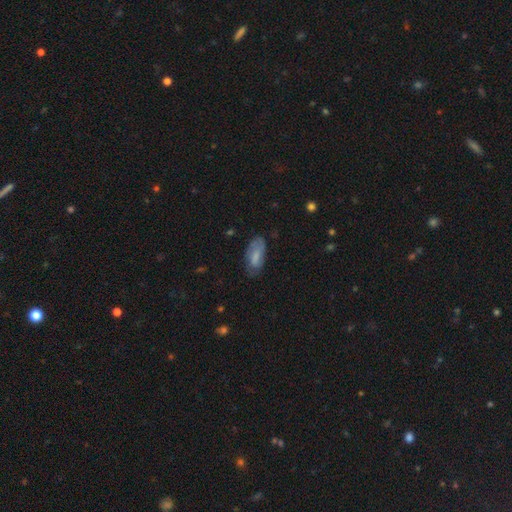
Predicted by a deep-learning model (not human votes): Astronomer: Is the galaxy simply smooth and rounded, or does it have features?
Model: smooth — 67%.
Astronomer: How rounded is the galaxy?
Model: in between — 88%.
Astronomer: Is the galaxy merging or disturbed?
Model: none — 63%.